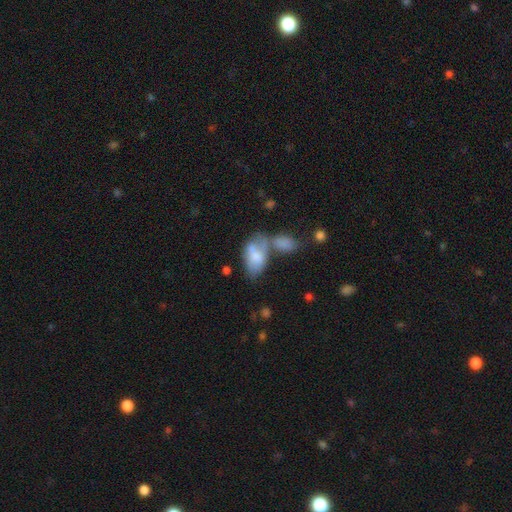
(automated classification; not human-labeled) Smooth or featured? Predicted: smooth (p=0.67). How rounded? Predicted: in between (p=0.92). Merging? Predicted: merger (p=0.46).